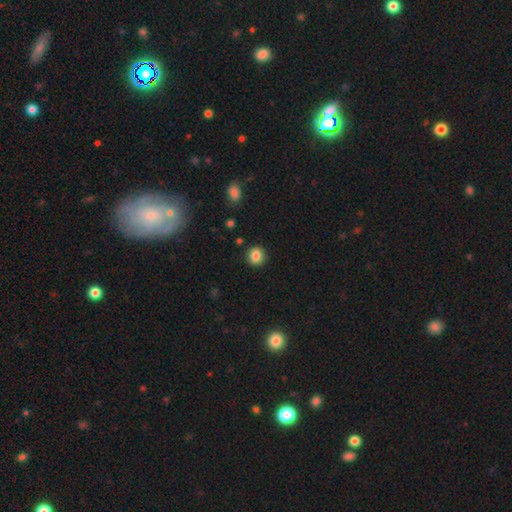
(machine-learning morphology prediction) smooth 85%, star or artifact 10%, featured or disk 5%. Down the decision tree: how rounded — round (83%); merging — none (89%).